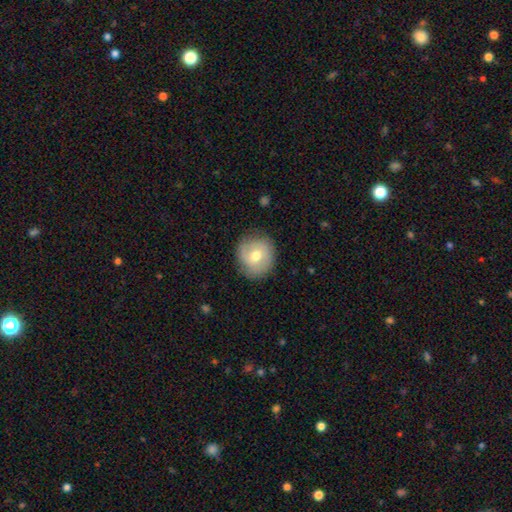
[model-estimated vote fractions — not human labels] Q: Smooth or featured?
A: smooth (57%); runner-up: featured or disk (35%)
Q: How rounded?
A: round (85%); runner-up: in between (14%)
Q: Merging?
A: none (78%); runner-up: minor disturbance (16%)